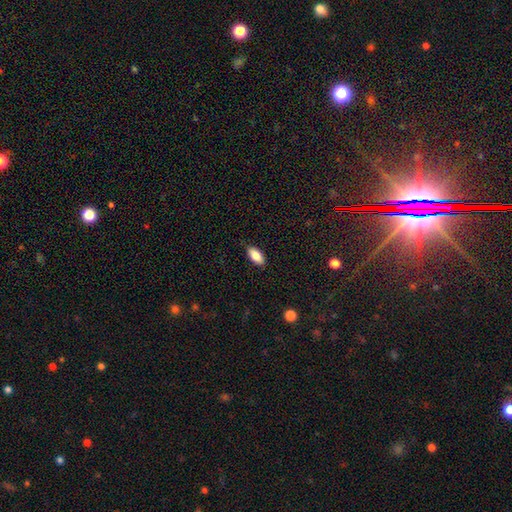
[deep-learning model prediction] A smooth galaxy with no disk features (85%) that is in between round and cigar-shaped (90%). Merging: none (87%).